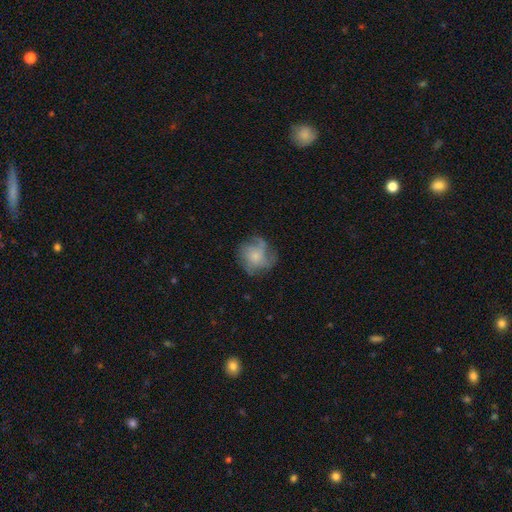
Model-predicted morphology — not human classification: This appears to be a smooth galaxy with no disk features (46%). Merging: none (60%).